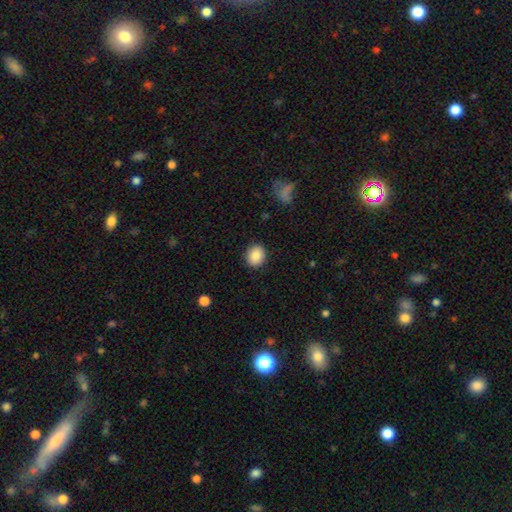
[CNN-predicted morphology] The model was most divided on "how rounded": round: 72%, in between: 28%, cigar-shaped: 1%. More confident: merging — none (90%); smooth or featured — smooth (87%).